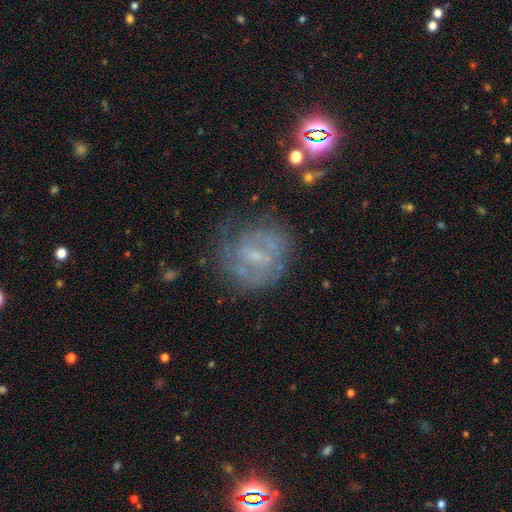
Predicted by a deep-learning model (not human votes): A featured or disk galaxy (67%) with a weak bar (52%), spiral arms (68%) and a small central bulge (60%).

Vote fractions:
- Smooth or featured? featured or disk: 67% / smooth: 20% / star or artifact: 13%
- Edge-on disk? no: 97% / yes: 3%
- Bar? weak: 52% / no: 31% / strong: 18%
- Spiral arms? yes: 68% / no: 32%
- Bulge size? small: 60% / none: 21% / moderate: 17% / large: 1% / dominant: 1%
- Merging? none: 61% / minor disturbance: 20% / major disturbance: 15% / merger: 3%